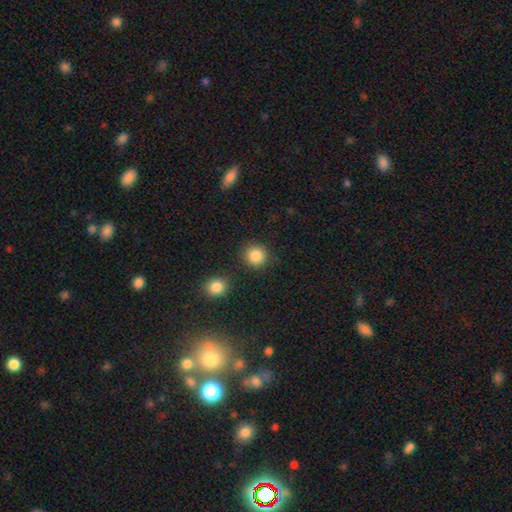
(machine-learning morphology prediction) Smooth or featured: smooth — 87% (star or artifact — 9%)
How rounded: round — 91% (in between — 8%)
Merging: none — 86% (minor disturbance — 7%)